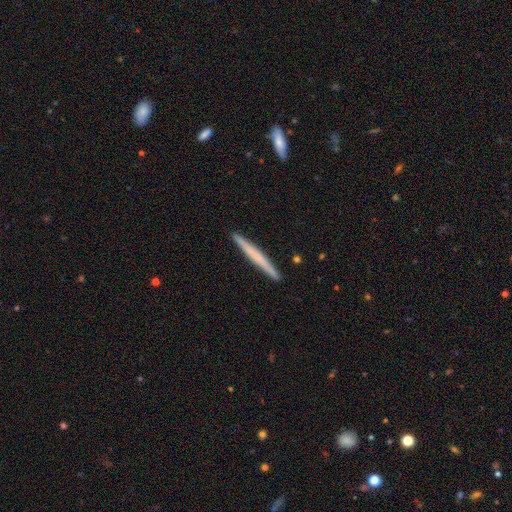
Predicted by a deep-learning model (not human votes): Smooth or featured? smooth (54%)
How rounded? cigar-shaped (97%)
Merging? none (92%)